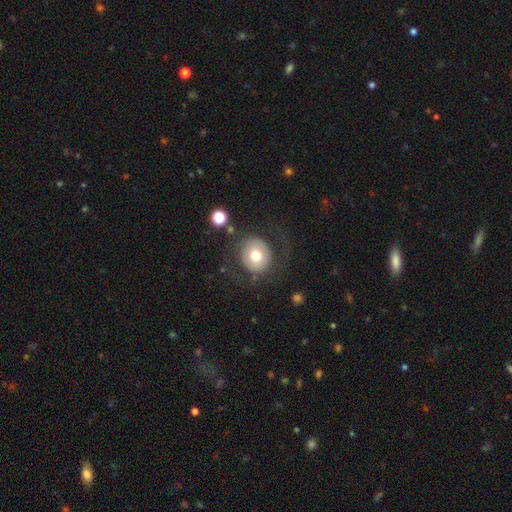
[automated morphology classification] This is likely a smooth galaxy (66%). How rounded: clearly round (85%). Merging: likely none (74%).